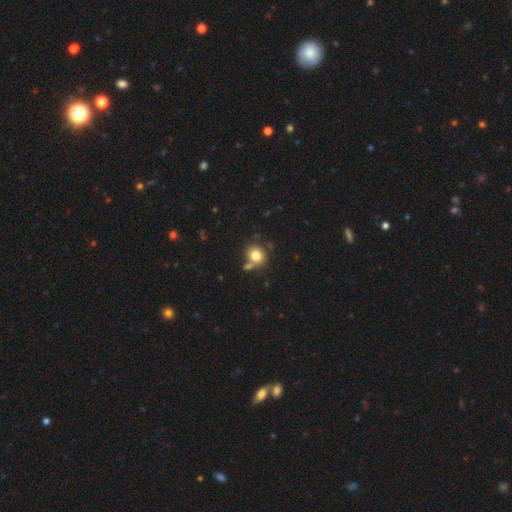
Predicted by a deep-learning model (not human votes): The model was most divided on "merging": none: 63%, merger: 19%, minor disturbance: 13%, major disturbance: 5%. More confident: smooth or featured — smooth (80%); how rounded — round (76%).